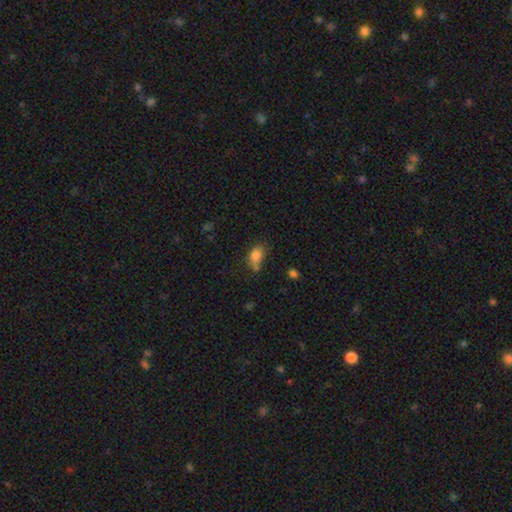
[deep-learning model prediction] The model was most divided on "merging": none: 46%, minor disturbance: 26%, merger: 18%, major disturbance: 10%. More confident: smooth or featured — smooth (82%); how rounded — in between (75%).